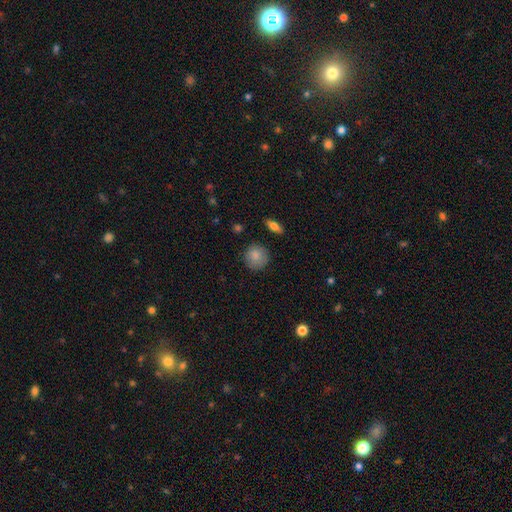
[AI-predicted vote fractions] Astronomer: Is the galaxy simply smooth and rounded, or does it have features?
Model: smooth — 85%.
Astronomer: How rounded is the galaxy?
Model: round — 90%.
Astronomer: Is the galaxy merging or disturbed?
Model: none — 85%.